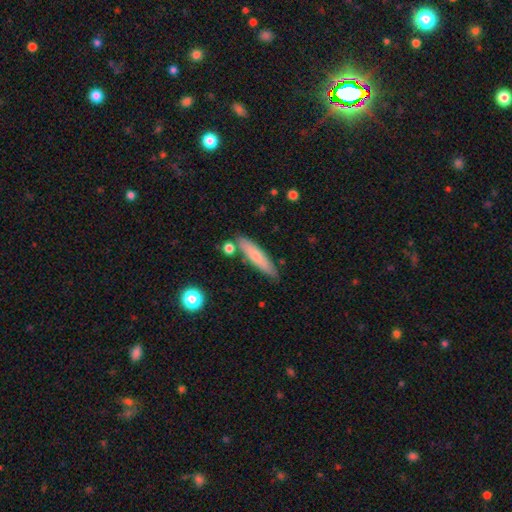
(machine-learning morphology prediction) Smooth or featured? Predicted: smooth (p=0.72). How rounded? Predicted: cigar-shaped (p=0.84). Merging? Predicted: none (p=0.80).